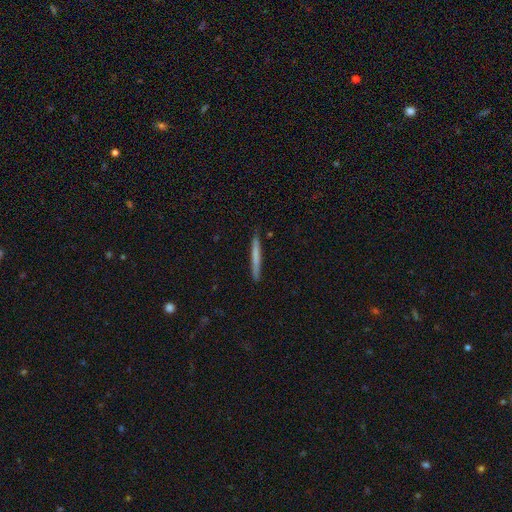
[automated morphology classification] Smooth or featured: smooth — 63% (featured or disk — 31%)
How rounded: cigar-shaped — 97% (in between — 2%)
Merging: none — 90% (minor disturbance — 8%)